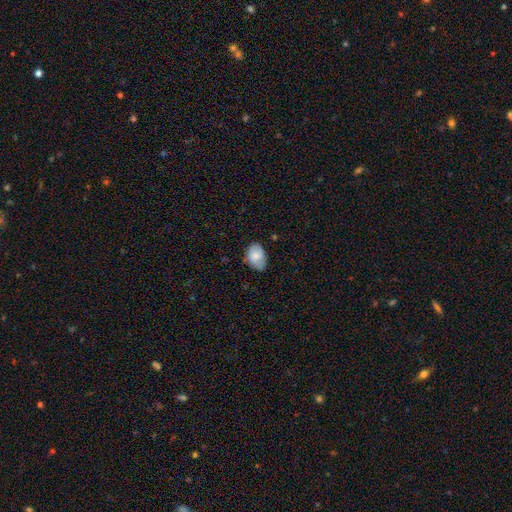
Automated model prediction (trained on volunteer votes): Smooth or featured? Predicted: smooth (p=0.74). How rounded? Predicted: in between (p=0.84). Merging? Predicted: none (p=0.59).